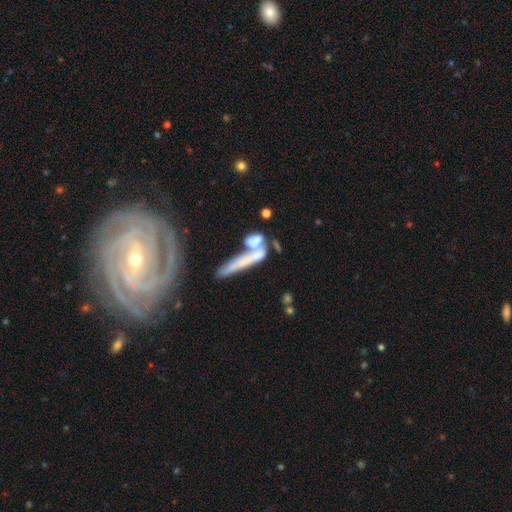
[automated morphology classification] This is possibly a smooth galaxy (54%). How rounded: likely cigar-shaped (68%). Merging: possibly merger (48%).